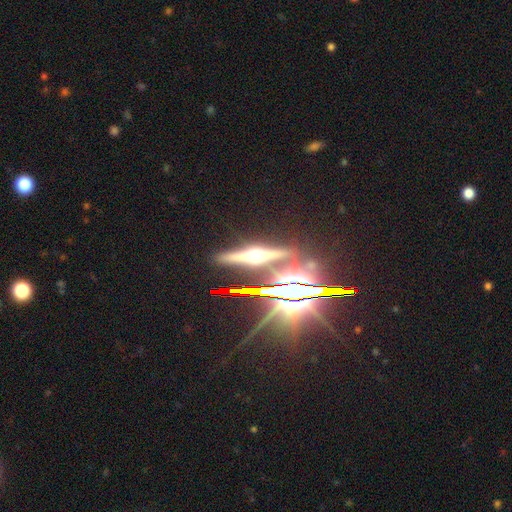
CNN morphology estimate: Smooth or featured: featured or disk — 66% (star or artifact — 22%)
Edge-on disk: yes — 94% (no — 6%)
Edge-on bulge: rounded — 94% (boxy — 4%)
Merging: none — 85% (minor disturbance — 8%)